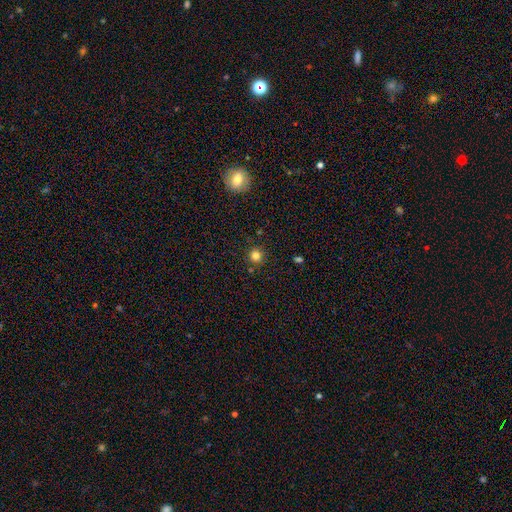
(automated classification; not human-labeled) Smooth or featured: smooth — 81% (star or artifact — 14%)
How rounded: round — 93% (in between — 6%)
Merging: none — 87% (minor disturbance — 8%)